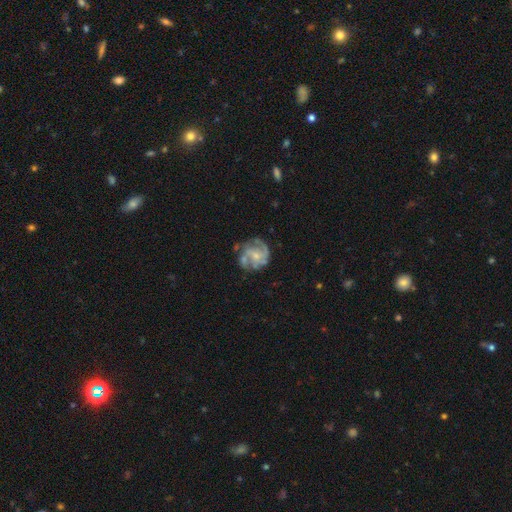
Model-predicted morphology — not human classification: smooth_or_featured: featured or disk (p=0.81) [alt: smooth p=0.13]
disk_edge_on: no (p=0.98) [alt: yes p=0.02]
bar: no (p=0.65) [alt: weak p=0.29]
has_spiral_arms: yes (p=0.90) [alt: no p=0.10]
spiral_winding: medium (p=0.47) [alt: tight p=0.36]
spiral_arm_count: 3 (p=0.39) [alt: can't tell p=0.19]
bulge_size: small (p=0.63) [alt: moderate p=0.26]
merging: none (p=0.64) [alt: minor disturbance p=0.20]